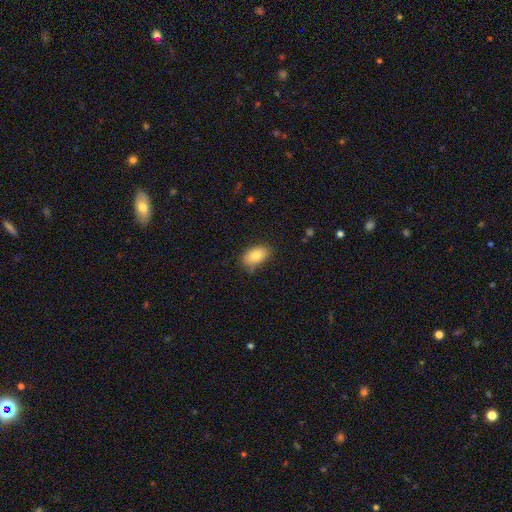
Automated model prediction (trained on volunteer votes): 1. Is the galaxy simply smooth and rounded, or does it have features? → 81% smooth, 11% featured or disk, 8% star or artifact.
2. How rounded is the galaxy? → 91% in between, 7% round, 2% cigar-shaped.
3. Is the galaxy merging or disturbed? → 71% none, 22% minor disturbance, 4% major disturbance, 3% merger.